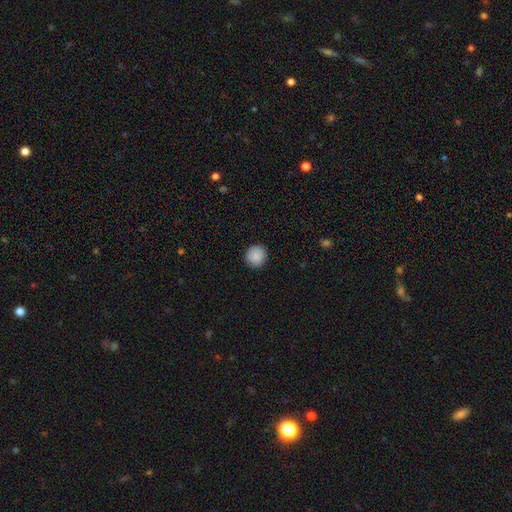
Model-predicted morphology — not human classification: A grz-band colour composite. It shows a smooth galaxy with no disk features (89%) that is round (93%). Merging: none (92%).